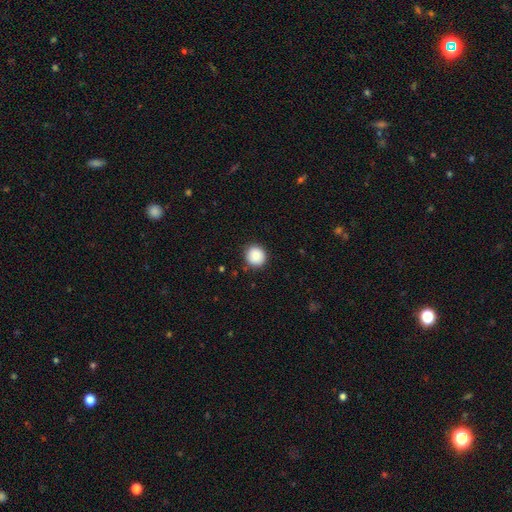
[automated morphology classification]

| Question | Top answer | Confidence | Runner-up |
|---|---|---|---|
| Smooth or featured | smooth | 87% | star or artifact (8%) |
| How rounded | round | 91% | in between (8%) |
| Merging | none | 89% | minor disturbance (8%) |